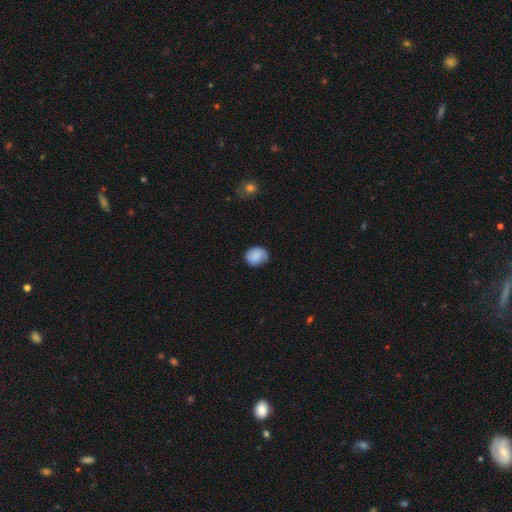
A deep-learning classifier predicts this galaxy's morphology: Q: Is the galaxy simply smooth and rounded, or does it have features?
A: smooth — 75%.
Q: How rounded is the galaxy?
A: round — 61%.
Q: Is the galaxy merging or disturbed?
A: none — 68%.